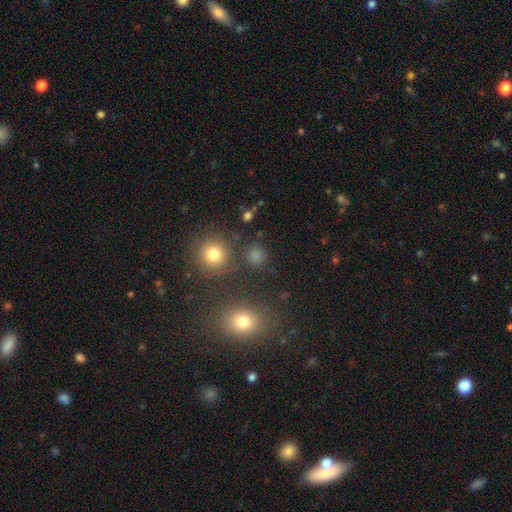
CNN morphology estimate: This appears to be a smooth galaxy with no disk features (76%) that is round (89%). Merging: none (82%).